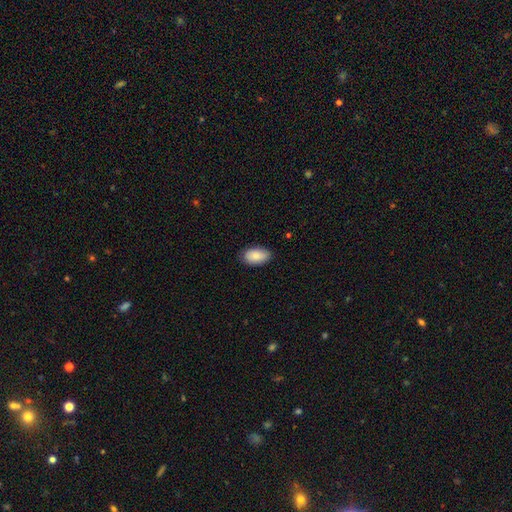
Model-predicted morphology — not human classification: Smooth or featured? Predicted: smooth (p=0.86). How rounded? Predicted: in between (p=0.94). Merging? Predicted: none (p=0.83).